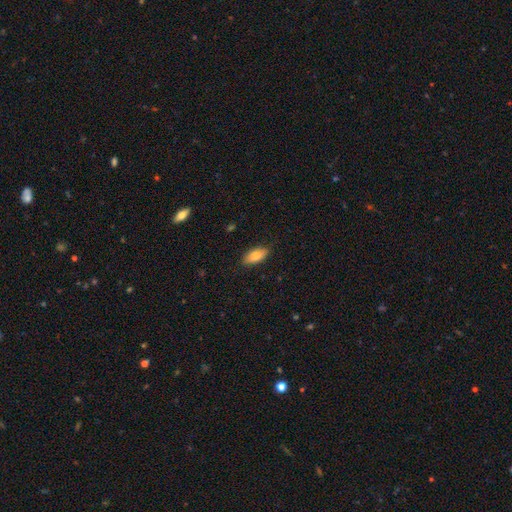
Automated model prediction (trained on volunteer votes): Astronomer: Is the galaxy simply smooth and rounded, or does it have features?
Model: smooth — 84%.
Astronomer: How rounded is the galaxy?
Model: in between — 89%.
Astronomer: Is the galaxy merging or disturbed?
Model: none — 85%.